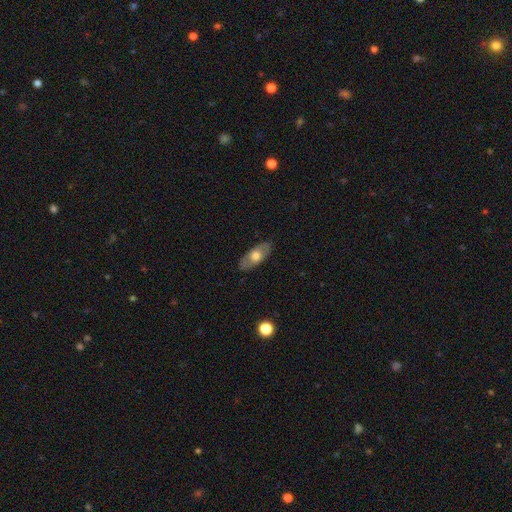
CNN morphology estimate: A smooth galaxy with no disk features (54%) that is in between round and cigar-shaped (85%).

Vote fractions:
- Smooth or featured? smooth: 54% / featured or disk: 40% / star or artifact: 6%
- How rounded? in between: 85% / cigar-shaped: 11% / round: 4%
- Merging? none: 85% / minor disturbance: 12% / major disturbance: 3% / merger: 1%